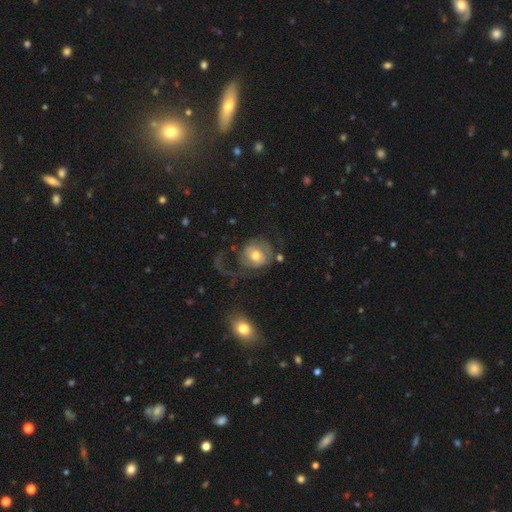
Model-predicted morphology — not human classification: Smooth or featured? featured or disk (65%)
Edge-on disk? no (97%)
Bar? no (71%)
Spiral arms? yes (76%)
Bulge size? moderate (72%)
Merging? major disturbance (46%)